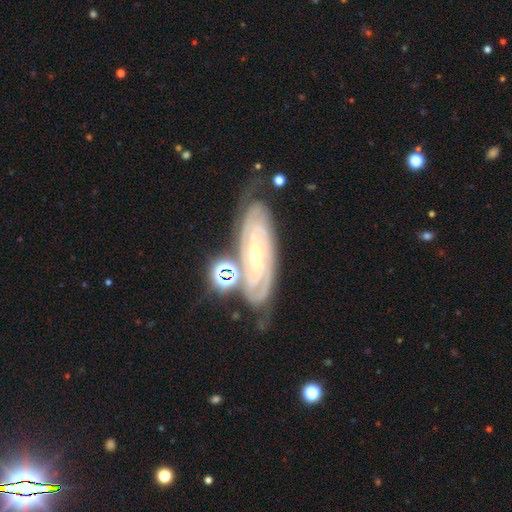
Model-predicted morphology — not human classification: smooth_or_featured: featured or disk (p=0.87) [alt: star or artifact p=0.07]
disk_edge_on: no (p=0.92) [alt: yes p=0.08]
bar: no (p=0.54) [alt: weak p=0.28]
has_spiral_arms: yes (p=0.98) [alt: no p=0.02]
spiral_winding: tight (p=0.82) [alt: medium p=0.15]
spiral_arm_count: can't tell (p=0.26) [alt: 2 p=0.25]
bulge_size: small (p=0.65) [alt: moderate p=0.31]
merging: none (p=0.66) [alt: minor disturbance p=0.19]